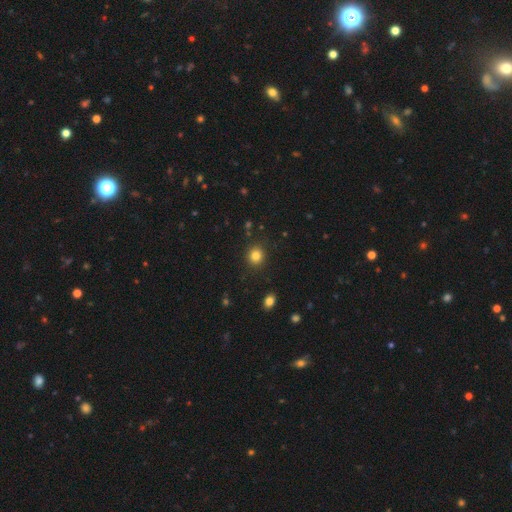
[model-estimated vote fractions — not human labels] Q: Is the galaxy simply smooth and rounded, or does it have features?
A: smooth — 83%.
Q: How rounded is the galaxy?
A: round — 87%.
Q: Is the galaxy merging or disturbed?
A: none — 89%.